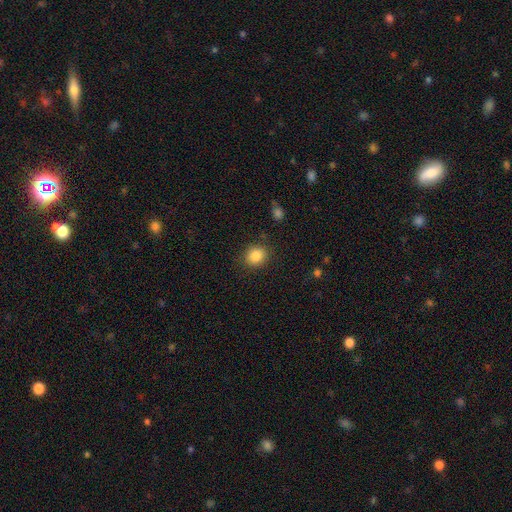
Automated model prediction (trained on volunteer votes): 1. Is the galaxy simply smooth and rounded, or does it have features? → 86% smooth, 10% star or artifact, 4% featured or disk.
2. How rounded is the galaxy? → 69% round, 30% in between, 1% cigar-shaped.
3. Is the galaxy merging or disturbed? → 86% none, 9% minor disturbance, 3% major disturbance, 2% merger.